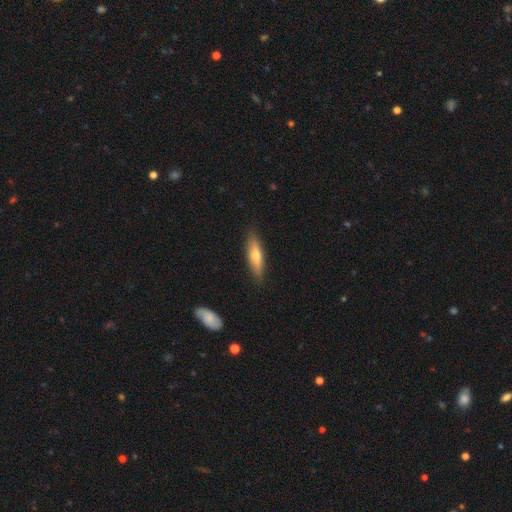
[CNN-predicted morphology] This appears to be a smooth galaxy with no disk features (56%) that is cigar-shaped (67%). Merging: none (85%).